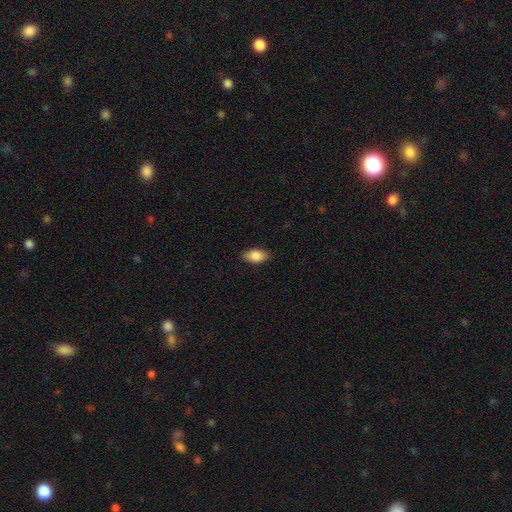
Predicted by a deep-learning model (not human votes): This is clearly a smooth galaxy (84%). How rounded: clearly in between (90%). Merging: clearly none (86%).